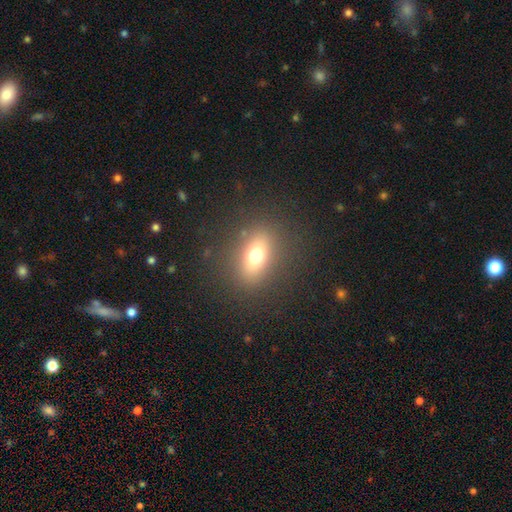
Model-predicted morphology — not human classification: smooth-or-featured: smooth: 67% | featured or disk: 17% | star or artifact: 15%
  how-rounded: in between: 65% | round: 29% | cigar-shaped: 6%
  merging: none: 85% | minor disturbance: 9% | major disturbance: 5% | merger: 1%